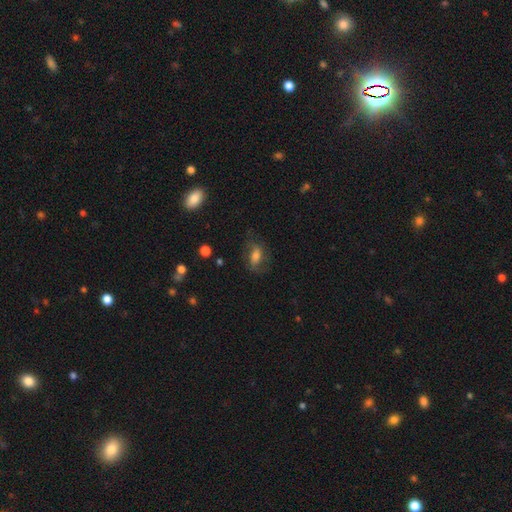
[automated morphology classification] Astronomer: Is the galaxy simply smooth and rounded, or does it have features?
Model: smooth — 53% (runner-up: featured or disk, 37%).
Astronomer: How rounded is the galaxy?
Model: in between — 79%.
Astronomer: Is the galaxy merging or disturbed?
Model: none — 60%.